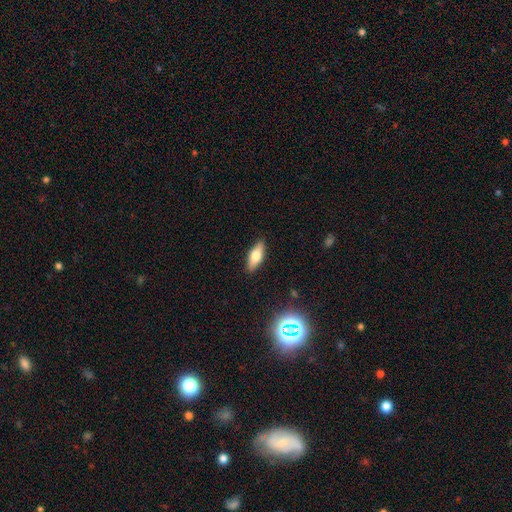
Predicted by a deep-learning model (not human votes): smooth-or-featured: smooth: 63% | featured or disk: 29% | star or artifact: 8%
  how-rounded: in between: 68% | cigar-shaped: 30% | round: 3%
  merging: none: 88% | minor disturbance: 9% | major disturbance: 2% | merger: 1%